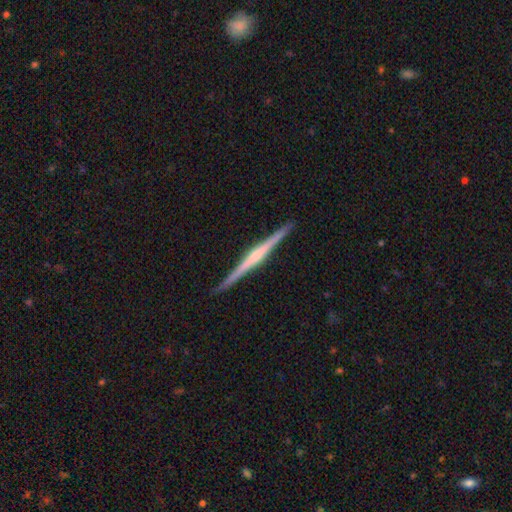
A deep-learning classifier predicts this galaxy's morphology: Overall: featured or disk (78%). Edge-on disk: yes (99%). Edge-on bulge: rounded (67%). Merging: none (92%).